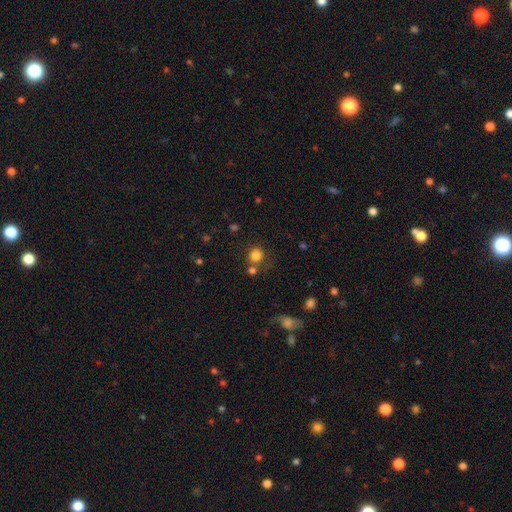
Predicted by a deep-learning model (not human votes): Smooth or featured: smooth — 81% (star or artifact — 12%)
How rounded: round — 89% (in between — 10%)
Merging: none — 69% (merger — 15%)